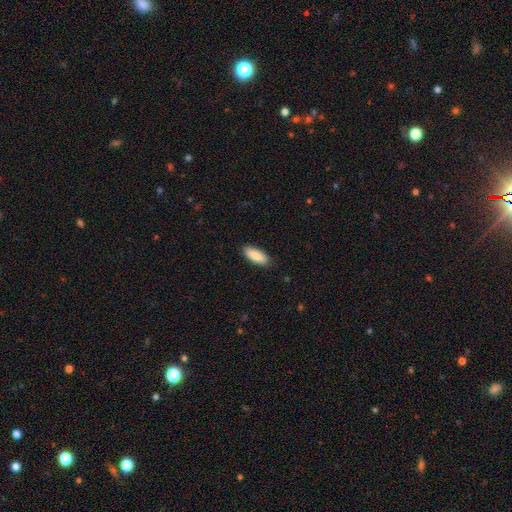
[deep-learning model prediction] smooth 86%, featured or disk 8%, star or artifact 6%. Down the decision tree: how rounded — in between (76%); merging — none (89%).